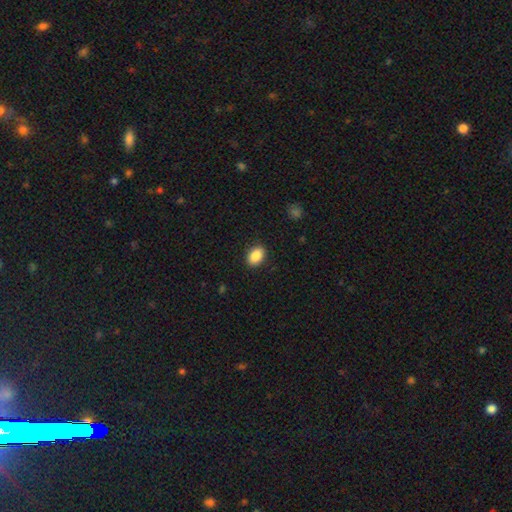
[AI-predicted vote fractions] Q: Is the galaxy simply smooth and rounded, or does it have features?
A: smooth — 89%.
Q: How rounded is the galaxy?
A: in between — 84%.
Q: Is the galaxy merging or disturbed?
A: none — 88%.